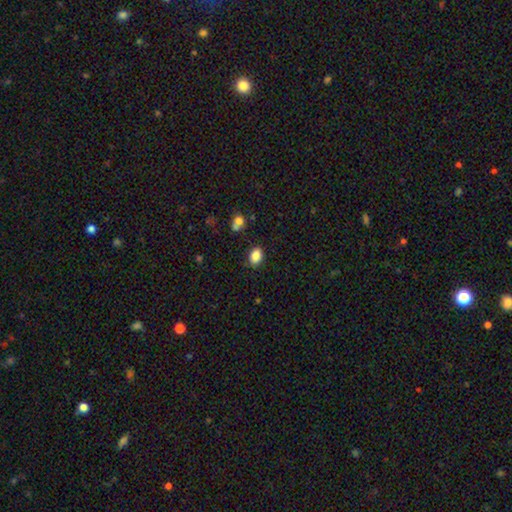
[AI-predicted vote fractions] A smooth galaxy with no disk features (86%) that is in between round and cigar-shaped (79%). Merging: none (83%).